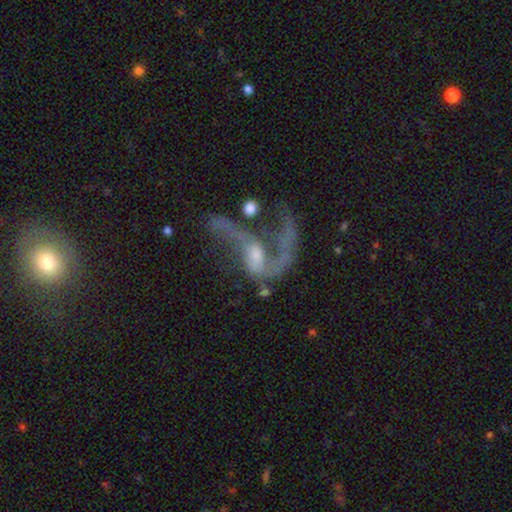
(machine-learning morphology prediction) This appears to be a featured or disk galaxy (80%) with no bar (53%), 2 (65%) loose (79%) spiral arms (81%) and a small central bulge (46%). Merging: major disturbance (46%).